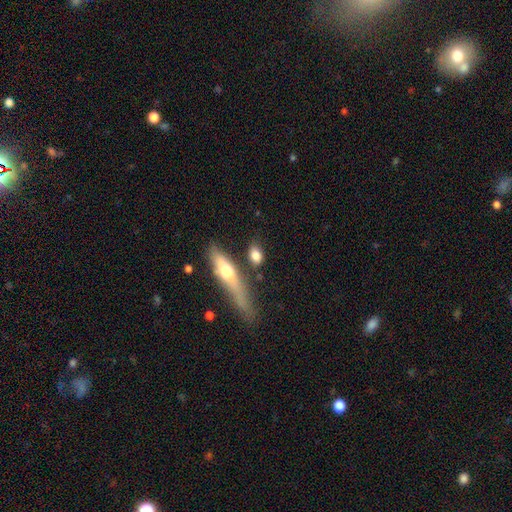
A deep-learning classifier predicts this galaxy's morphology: This is likely a smooth galaxy (75%). How rounded: possibly in between (59%). Merging: likely none (70%).